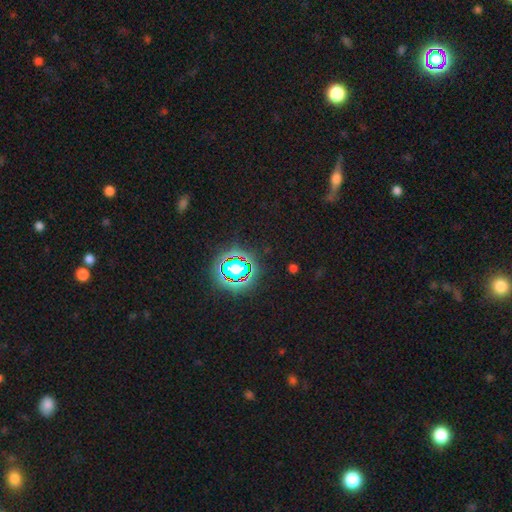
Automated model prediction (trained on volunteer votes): Smooth or featured?
  - star or artifact: 74% *
  - smooth: 15%
  - featured or disk: 10%